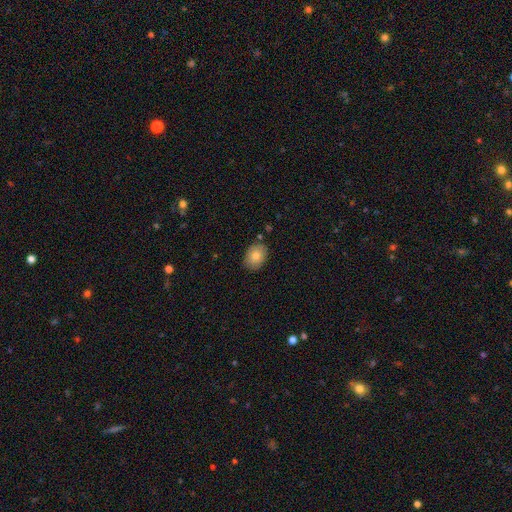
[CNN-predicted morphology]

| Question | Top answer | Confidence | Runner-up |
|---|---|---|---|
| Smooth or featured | smooth | 80% | featured or disk (12%) |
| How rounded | in between | 69% | round (30%) |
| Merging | none | 85% | minor disturbance (11%) |